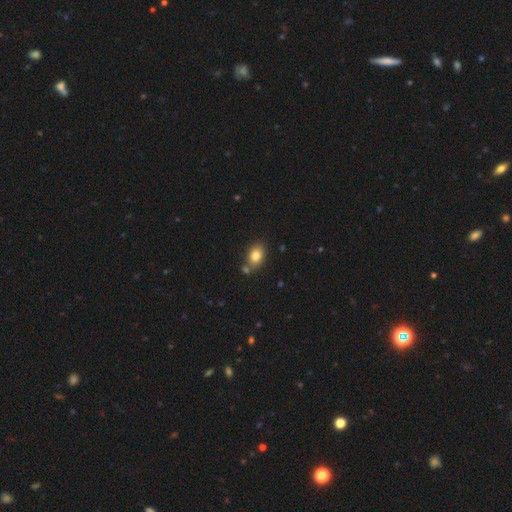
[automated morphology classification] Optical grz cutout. It shows a smooth galaxy with no disk features (82%) that is in between round and cigar-shaped (73%). Merging: none (73%).